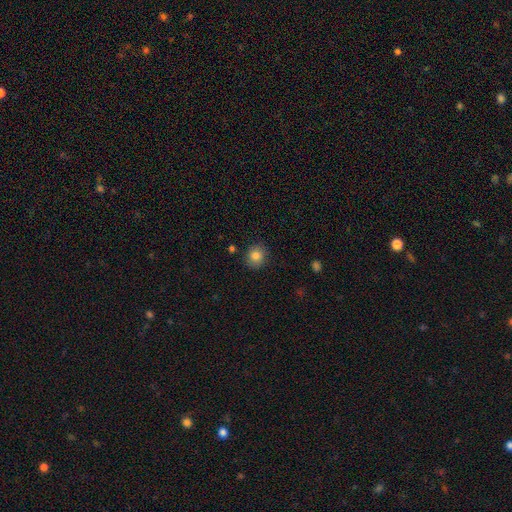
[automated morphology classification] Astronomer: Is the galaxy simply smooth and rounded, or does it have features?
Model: smooth — 83%.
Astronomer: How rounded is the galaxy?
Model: round — 82%.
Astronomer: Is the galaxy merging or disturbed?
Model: none — 88%.